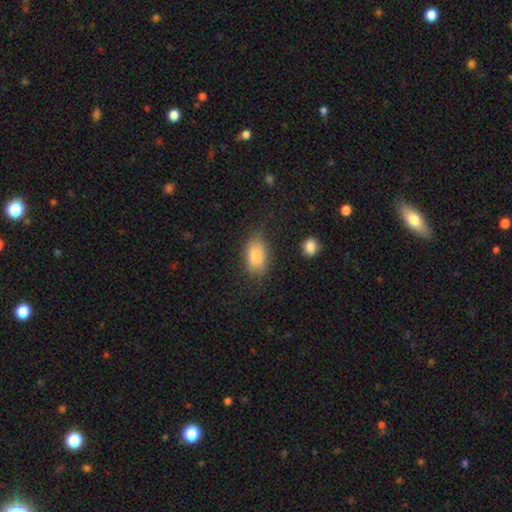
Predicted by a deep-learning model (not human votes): Smooth or featured? smooth (83%)
How rounded? in between (89%)
Merging? none (74%)